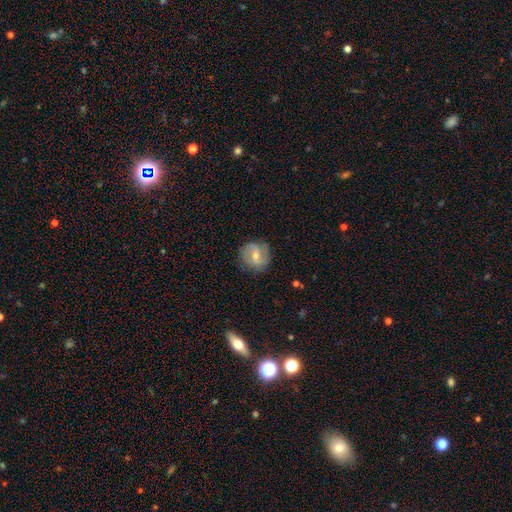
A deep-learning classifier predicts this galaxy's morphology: Smooth or featured?
  - featured or disk: 58% *
  - smooth: 35%
  - star or artifact: 7%
Edge-on disk?
  - no: 97% *
  - yes: 3%
Bar?
  - weak: 53% *
  - no: 27%
  - strong: 20%
Spiral arms?
  - yes: 81% *
  - no: 19%
Bulge size?
  - moderate: 53% *
  - small: 43%
  - large: 2%
  - none: 2%
  - dominant: 1%
Merging?
  - none: 77% *
  - minor disturbance: 17%
  - major disturbance: 5%
  - merger: 1%